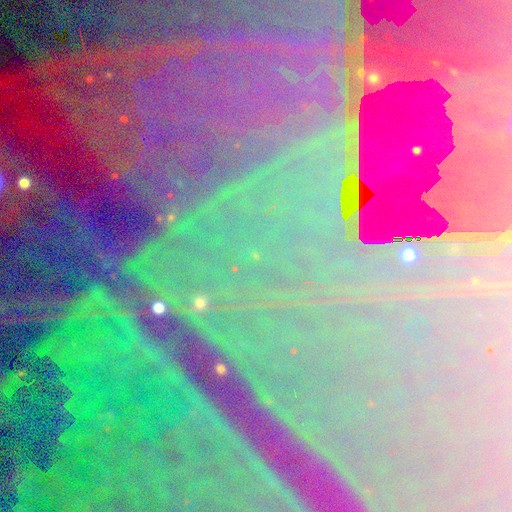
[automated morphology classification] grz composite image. It shows a star or artifact, not a galaxy (82%).